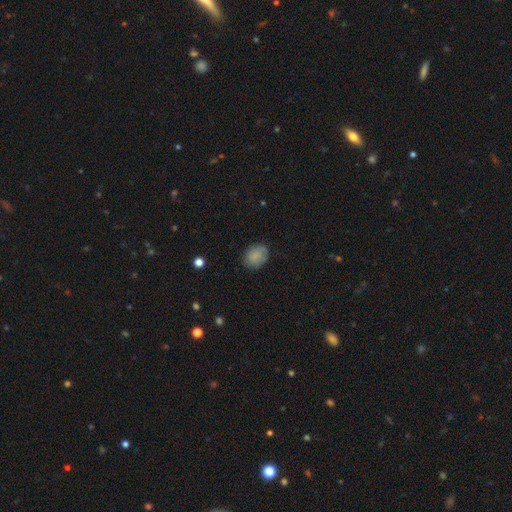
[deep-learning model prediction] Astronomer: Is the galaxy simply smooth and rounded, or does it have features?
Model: smooth — 84%.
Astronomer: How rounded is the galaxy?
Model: in between — 61% (runner-up: round, 38%).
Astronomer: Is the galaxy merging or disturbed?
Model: none — 77%.